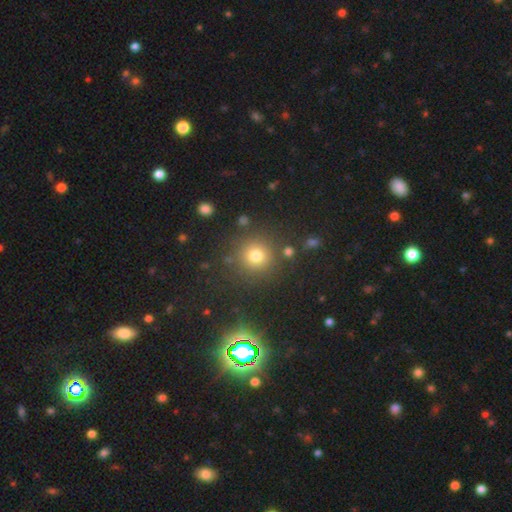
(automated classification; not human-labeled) Smooth or featured? Predicted: smooth (p=0.76). How rounded? Predicted: round (p=0.93). Merging? Predicted: none (p=0.84).